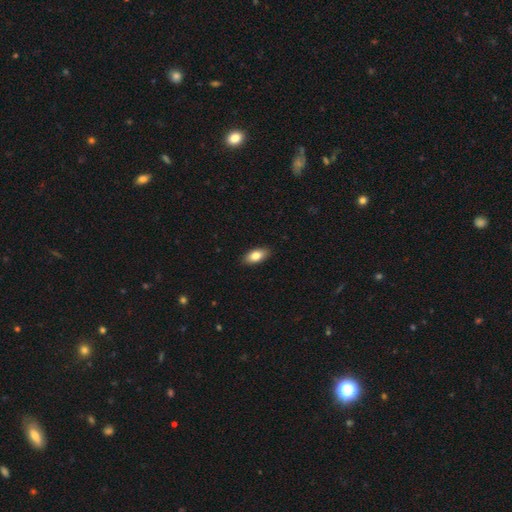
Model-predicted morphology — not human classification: This appears to be a smooth galaxy with no disk features (80%) that is in between round and cigar-shaped (89%). Merging: none (89%).